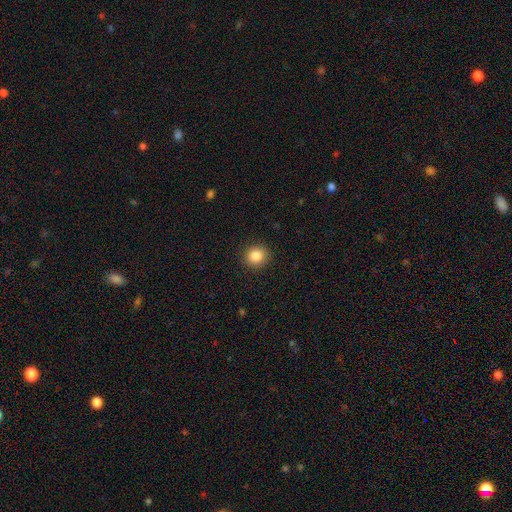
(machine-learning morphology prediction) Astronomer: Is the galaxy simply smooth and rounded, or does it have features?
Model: smooth — 86%.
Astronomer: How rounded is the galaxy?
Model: round — 87%.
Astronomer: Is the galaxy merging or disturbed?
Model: none — 91%.